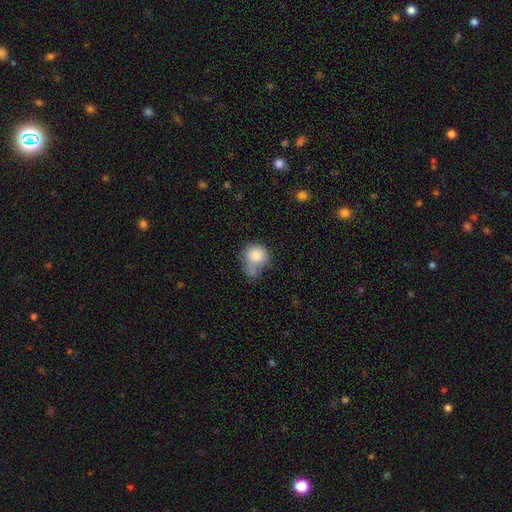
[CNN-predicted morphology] This appears to be a smooth galaxy with no disk features (82%) that is round (73%). Merging: merger (32%).